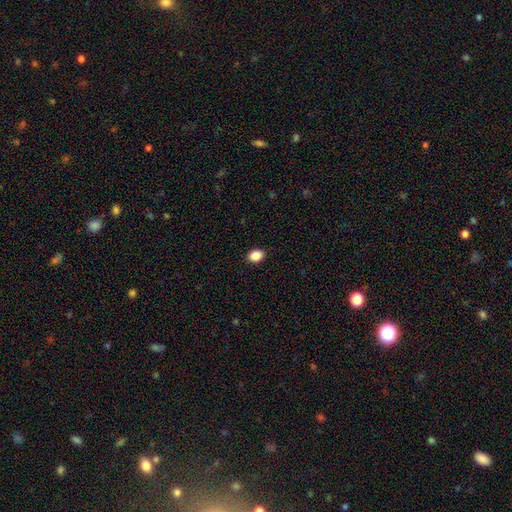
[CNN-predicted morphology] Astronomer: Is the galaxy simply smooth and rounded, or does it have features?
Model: smooth — 88%.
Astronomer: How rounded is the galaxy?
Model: in between — 65%.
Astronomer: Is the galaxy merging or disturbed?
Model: none — 90%.